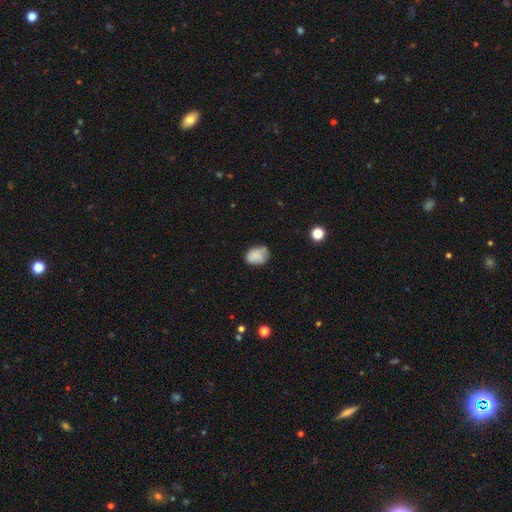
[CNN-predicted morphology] Q: Smooth or featured?
A: smooth (76%); runner-up: featured or disk (15%)
Q: How rounded?
A: in between (70%); runner-up: round (29%)
Q: Merging?
A: none (56%); runner-up: minor disturbance (31%)